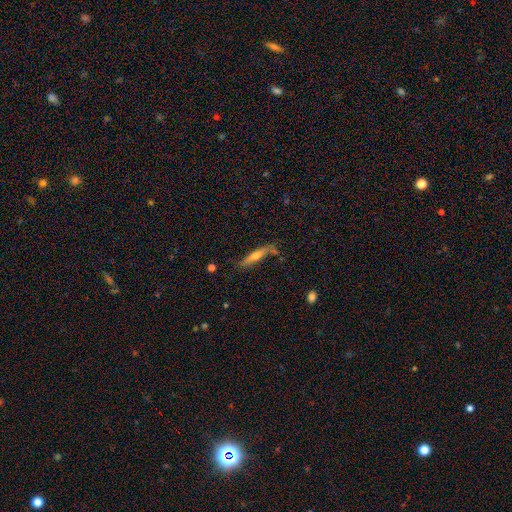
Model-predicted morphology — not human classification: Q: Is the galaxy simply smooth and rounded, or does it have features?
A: featured or disk — 50%.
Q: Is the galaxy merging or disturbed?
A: none — 75%.